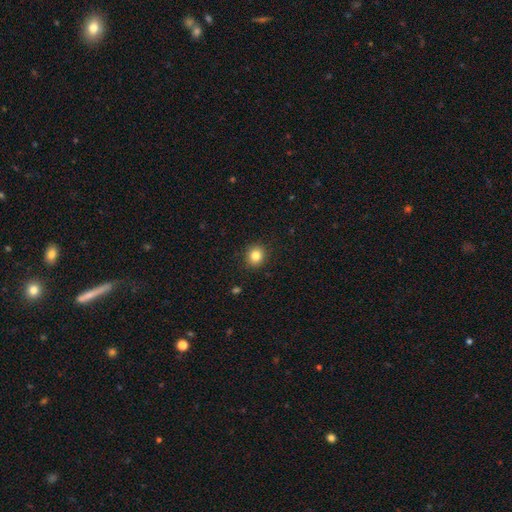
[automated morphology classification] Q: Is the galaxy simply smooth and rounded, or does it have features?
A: smooth — 83%.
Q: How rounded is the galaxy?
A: round — 85%.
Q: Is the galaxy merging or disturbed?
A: none — 90%.